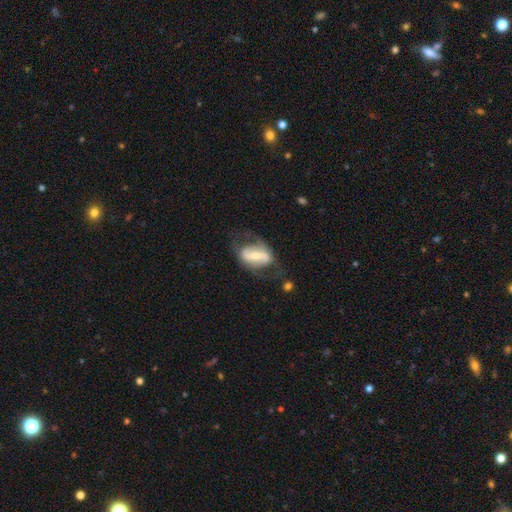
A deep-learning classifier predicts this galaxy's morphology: Smooth or featured?
  - featured or disk: 67% *
  - smooth: 27%
  - star or artifact: 6%
Edge-on disk?
  - no: 92% *
  - yes: 8%
Bar?
  - strong: 56% *
  - weak: 25%
  - no: 18%
Spiral arms?
  - yes: 61% *
  - no: 39%
Bulge size?
  - moderate: 45% *
  - small: 44%
  - large: 7%
  - none: 3%
  - dominant: 2%
Merging?
  - none: 50% *
  - major disturbance: 25%
  - minor disturbance: 22%
  - merger: 3%